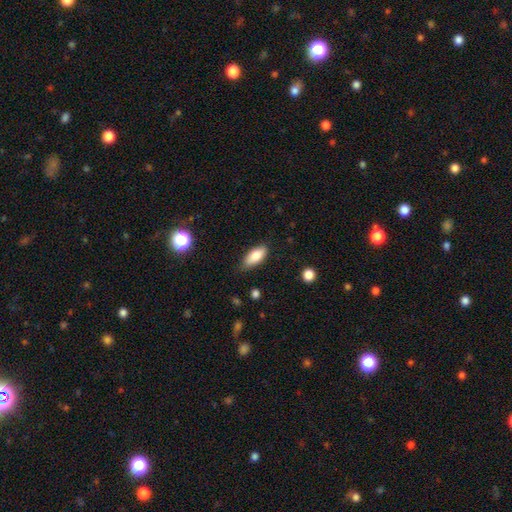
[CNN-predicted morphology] This is clearly a smooth galaxy (82%). How rounded: clearly in between (83%). Merging: clearly none (80%).